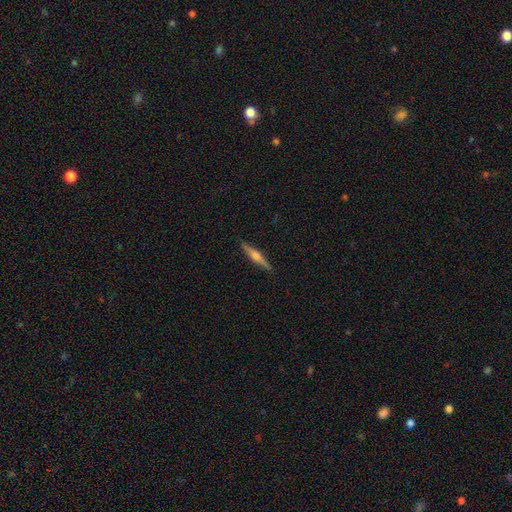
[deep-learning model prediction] Overall: featured or disk (68%). Edge-on disk: yes (98%). Edge-on bulge: rounded (85%). Merging: none (91%).